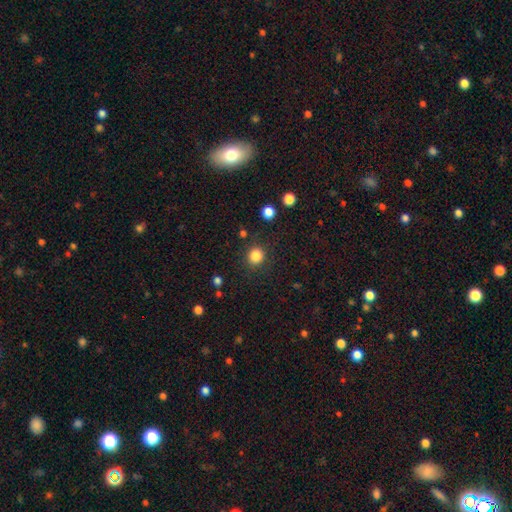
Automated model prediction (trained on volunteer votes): smooth-or-featured: smooth: 84% | star or artifact: 12% | featured or disk: 4%
  how-rounded: round: 89% | in between: 10% | cigar-shaped: 1%
  merging: none: 87% | minor disturbance: 8% | major disturbance: 3% | merger: 2%